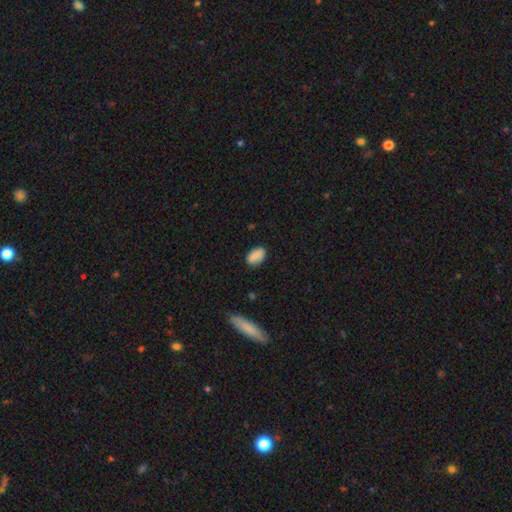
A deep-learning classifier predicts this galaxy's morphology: smooth_or_featured: smooth (p=0.87) [alt: star or artifact p=0.08]
how_rounded: in between (p=0.90) [alt: round p=0.08]
merging: none (p=0.81) [alt: minor disturbance p=0.15]